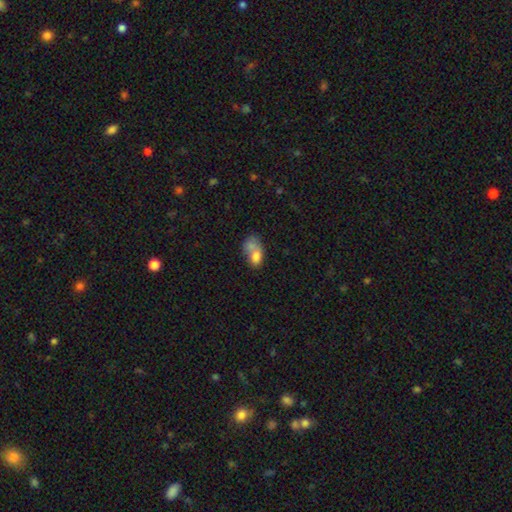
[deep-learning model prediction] This is likely a smooth galaxy (72%). How rounded: likely in between (78%). Merging: likely merger (61%).